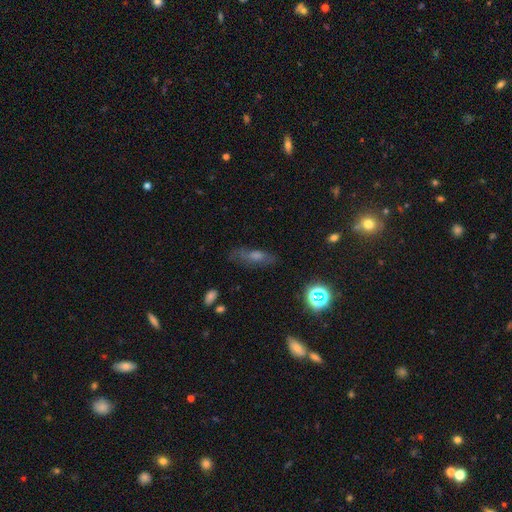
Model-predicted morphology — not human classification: Q: Smooth or featured?
A: smooth (39%); runner-up: featured or disk (35%)
Q: Merging?
A: none (72%); runner-up: minor disturbance (18%)